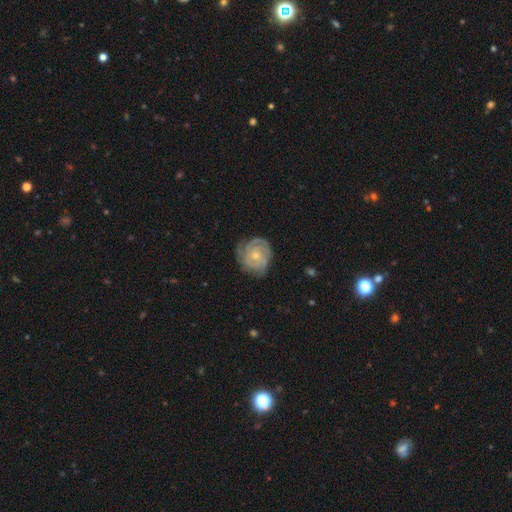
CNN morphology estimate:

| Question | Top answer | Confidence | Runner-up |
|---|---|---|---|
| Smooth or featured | featured or disk | 79% | smooth (16%) |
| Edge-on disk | no | 98% | yes (2%) |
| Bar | no | 81% | weak (16%) |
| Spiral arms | yes | 94% | no (6%) |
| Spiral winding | tight | 74% | medium (21%) |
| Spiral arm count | can't tell | 29% | 3 (28%) |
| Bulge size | small | 58% | moderate (38%) |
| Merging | none | 71% | minor disturbance (21%) |